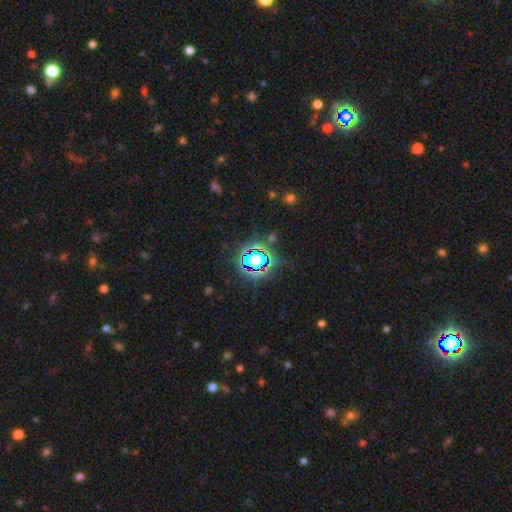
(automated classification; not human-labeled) This is likely a star or artifact rather than a galaxy (76%).